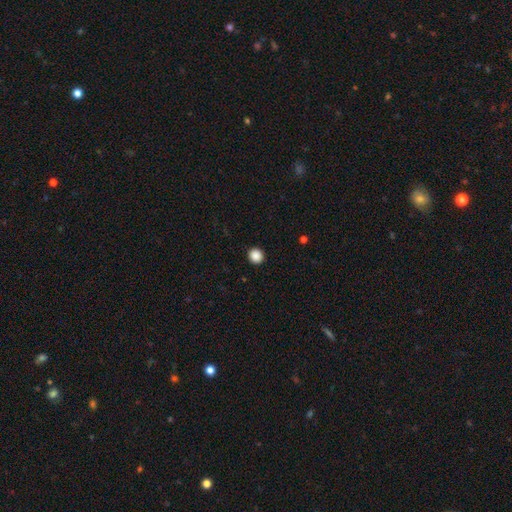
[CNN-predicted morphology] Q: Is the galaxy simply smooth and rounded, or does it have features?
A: smooth — 88%.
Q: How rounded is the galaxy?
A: round — 92%.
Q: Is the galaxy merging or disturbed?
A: none — 93%.